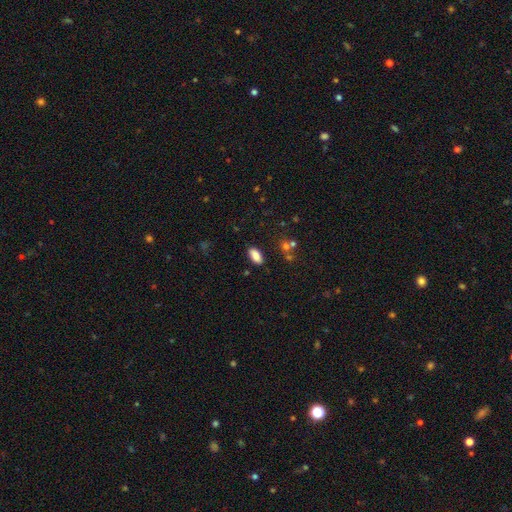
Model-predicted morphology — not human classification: Smooth or featured: smooth — 85% (star or artifact — 9%)
How rounded: in between — 89% (cigar-shaped — 9%)
Merging: none — 83% (minor disturbance — 11%)